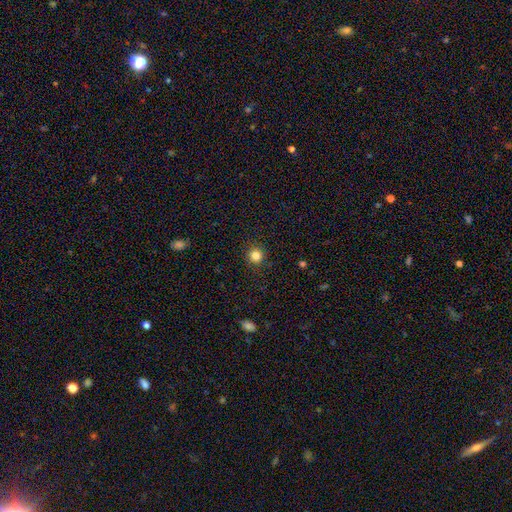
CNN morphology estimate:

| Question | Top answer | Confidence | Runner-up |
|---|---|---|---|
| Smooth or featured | smooth | 83% | star or artifact (12%) |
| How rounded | round | 93% | in between (6%) |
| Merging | none | 91% | minor disturbance (6%) |